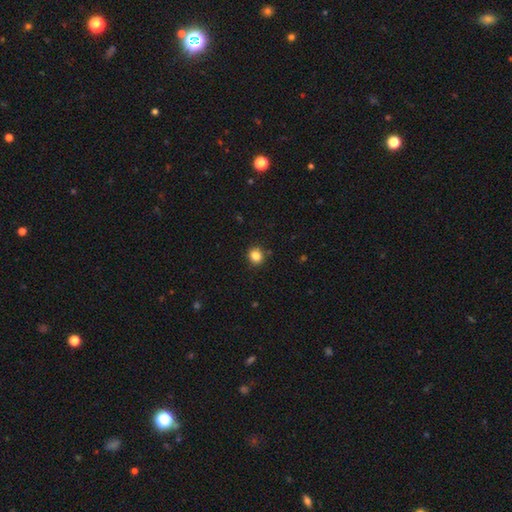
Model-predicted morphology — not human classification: type=smooth (84%); roundness=round (85%); merging=none (90%).